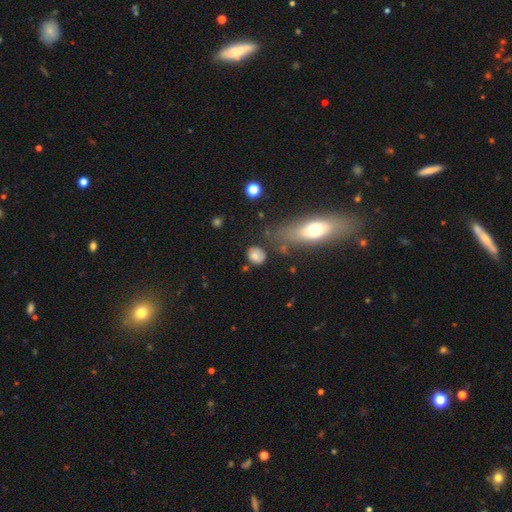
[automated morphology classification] smooth 73%, featured or disk 16%, star or artifact 11%. Down the decision tree: how rounded — round (62%); merging — none (67%).